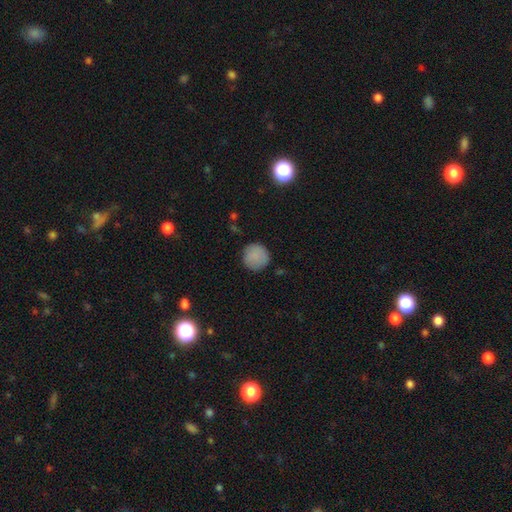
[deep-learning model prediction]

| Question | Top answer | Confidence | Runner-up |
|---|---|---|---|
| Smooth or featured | smooth | 86% | star or artifact (8%) |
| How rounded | round | 95% | in between (4%) |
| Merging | none | 86% | minor disturbance (11%) |